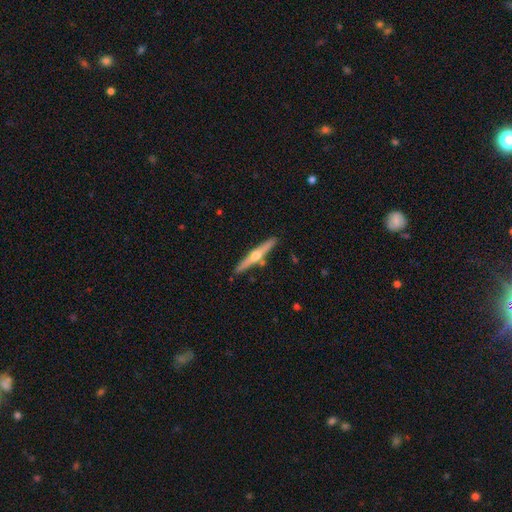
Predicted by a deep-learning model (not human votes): The model was most divided on "smooth or featured": featured or disk: 71%, smooth: 24%, star or artifact: 5%. More confident: edge-on disk — yes (98%); edge-on bulge — rounded (93%); merging — none (88%).